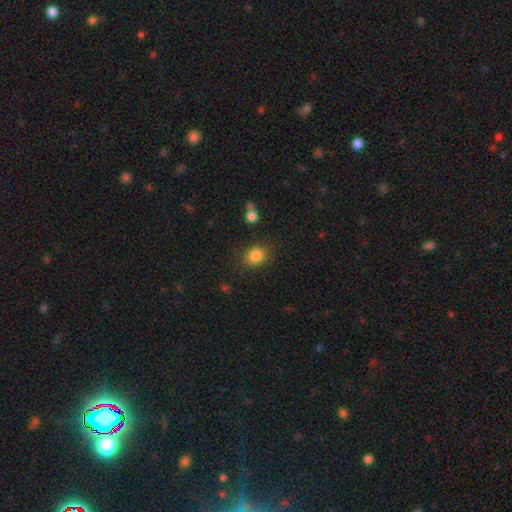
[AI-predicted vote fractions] Smooth or featured?
  - smooth: 84% *
  - star or artifact: 10%
  - featured or disk: 6%
How rounded?
  - round: 53% *
  - in between: 46%
  - cigar-shaped: 1%
Merging?
  - none: 81% *
  - minor disturbance: 12%
  - major disturbance: 4%
  - merger: 3%